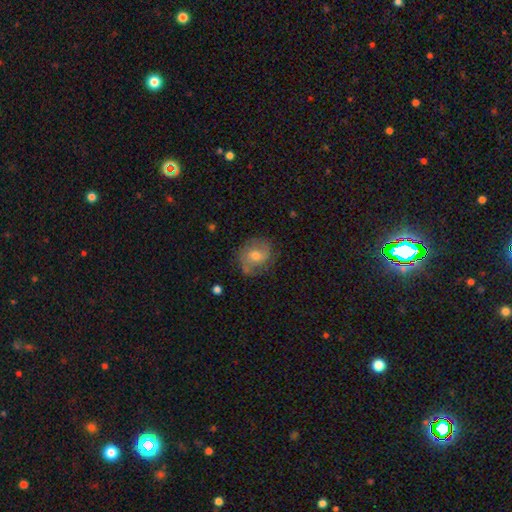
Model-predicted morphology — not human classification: This appears to be a featured or disk galaxy (49%). Merging: none (69%).